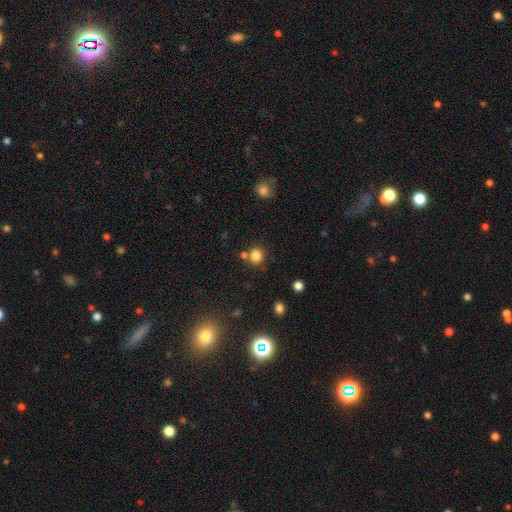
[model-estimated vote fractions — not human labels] This appears to be a smooth galaxy with no disk features (82%) that is round (86%). Merging: none (71%).